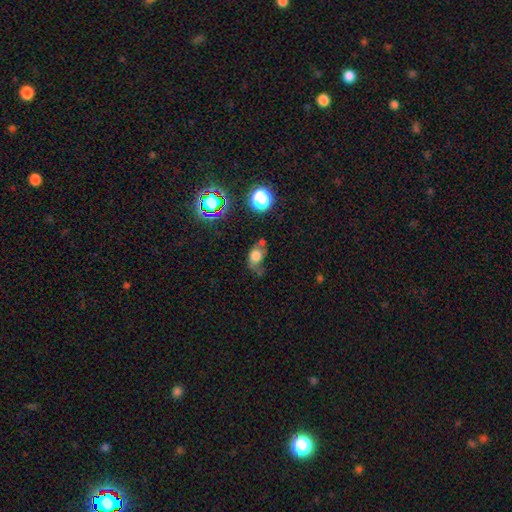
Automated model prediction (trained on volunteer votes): Q: Smooth or featured?
A: smooth (67%); runner-up: featured or disk (19%)
Q: How rounded?
A: in between (70%); runner-up: round (27%)
Q: Merging?
A: none (42%); runner-up: minor disturbance (30%)